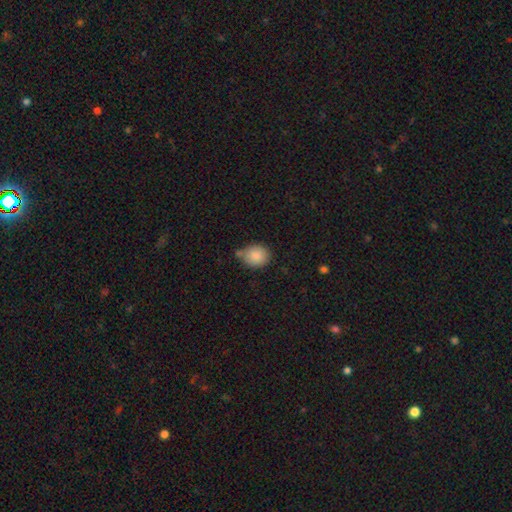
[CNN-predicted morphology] The model was most divided on "merging": none: 61%, minor disturbance: 22%, merger: 12%, major disturbance: 5%. More confident: smooth or featured — smooth (86%); how rounded — round (69%).